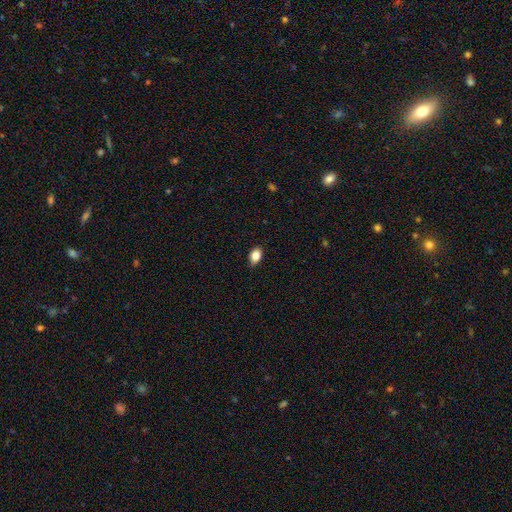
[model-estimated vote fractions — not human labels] Overall: smooth (85%). How rounded: in between (81%). Merging: none (82%).